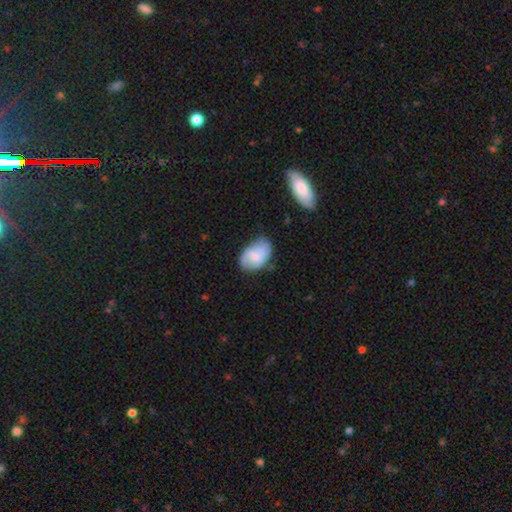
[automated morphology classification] type=smooth (48%); merging=none (60%).